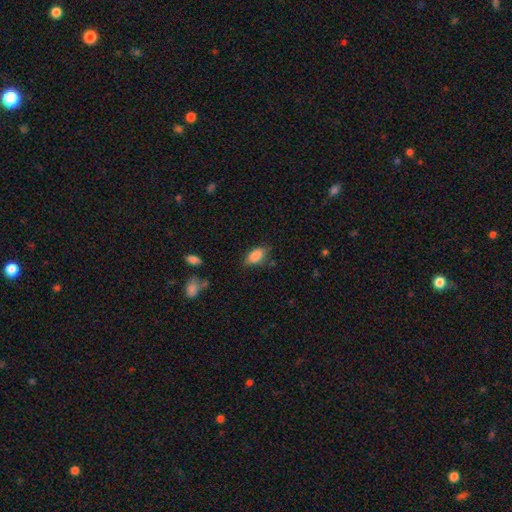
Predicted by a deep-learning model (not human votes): The model was most divided on "merging": none: 73%, minor disturbance: 20%, major disturbance: 5%, merger: 2%. More confident: how rounded — in between (90%); smooth or featured — smooth (86%).